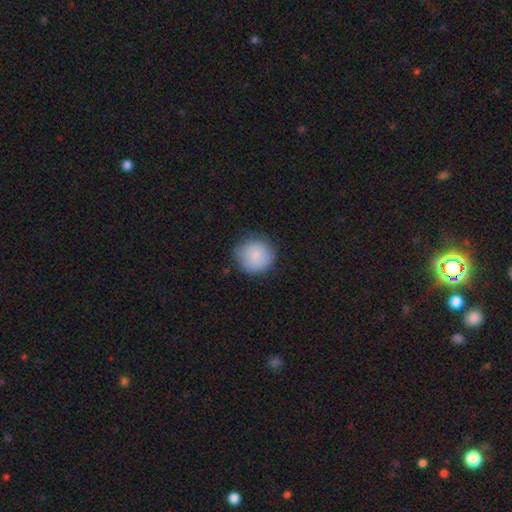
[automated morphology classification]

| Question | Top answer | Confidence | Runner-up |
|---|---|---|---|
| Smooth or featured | smooth | 84% | featured or disk (9%) |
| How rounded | round | 92% | in between (7%) |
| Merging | none | 77% | minor disturbance (17%) |